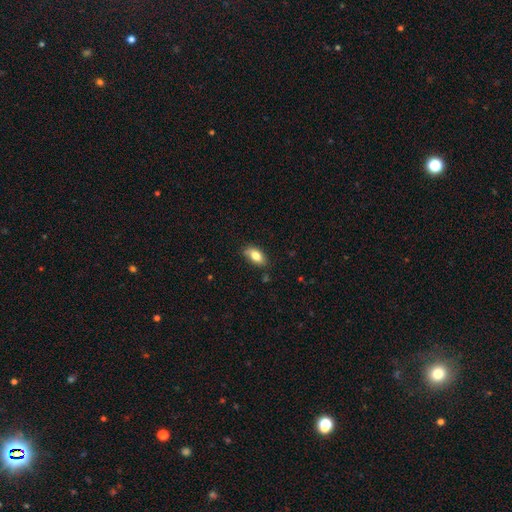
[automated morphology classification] smooth-or-featured: smooth: 80% | featured or disk: 13% | star or artifact: 8%
  how-rounded: in between: 89% | cigar-shaped: 6% | round: 5%
  merging: none: 78% | minor disturbance: 17% | major disturbance: 3% | merger: 2%